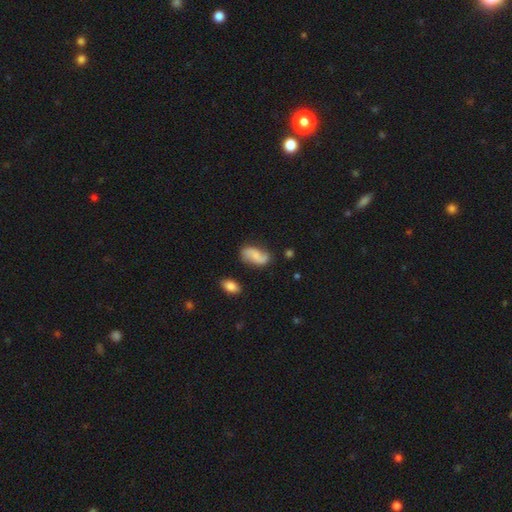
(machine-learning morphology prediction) Smooth or featured: smooth — 49% (featured or disk — 43%)
Merging: none — 70% (minor disturbance — 21%)